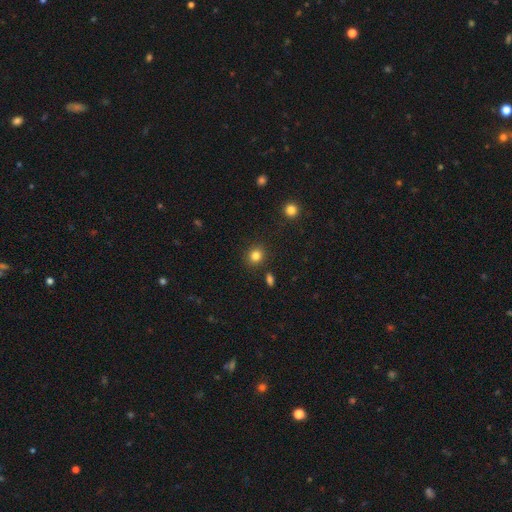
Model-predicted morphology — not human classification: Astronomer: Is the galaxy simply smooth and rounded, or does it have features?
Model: smooth — 83%.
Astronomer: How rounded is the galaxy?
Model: round — 82%.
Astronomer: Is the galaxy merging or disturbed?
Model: none — 88%.